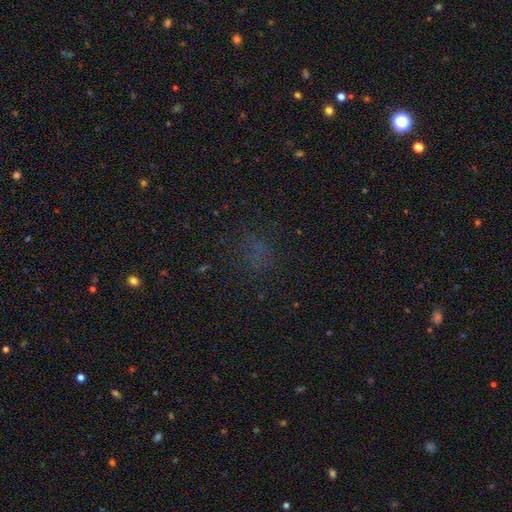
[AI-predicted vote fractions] The model was most divided on "smooth or featured": star or artifact: 48%, smooth: 41%, featured or disk: 11%.